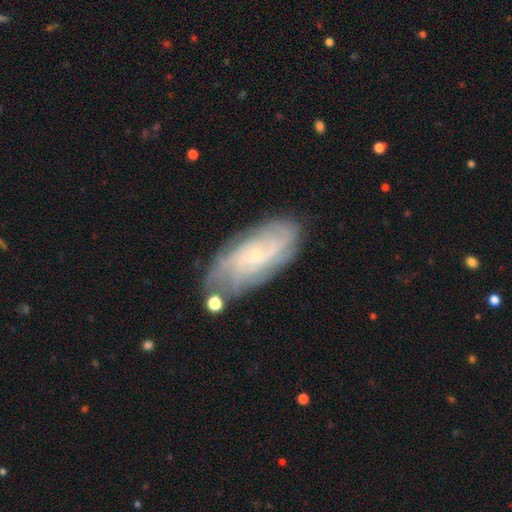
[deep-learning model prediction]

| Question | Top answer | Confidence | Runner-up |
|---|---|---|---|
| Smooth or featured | featured or disk | 76% | smooth (16%) |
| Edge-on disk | no | 92% | yes (8%) |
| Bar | no | 71% | weak (25%) |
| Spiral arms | yes | 92% | no (8%) |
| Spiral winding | tight | 63% | medium (28%) |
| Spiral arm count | can't tell | 46% | 4 (16%) |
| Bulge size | small | 82% | moderate (12%) |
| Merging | none | 74% | minor disturbance (18%) |